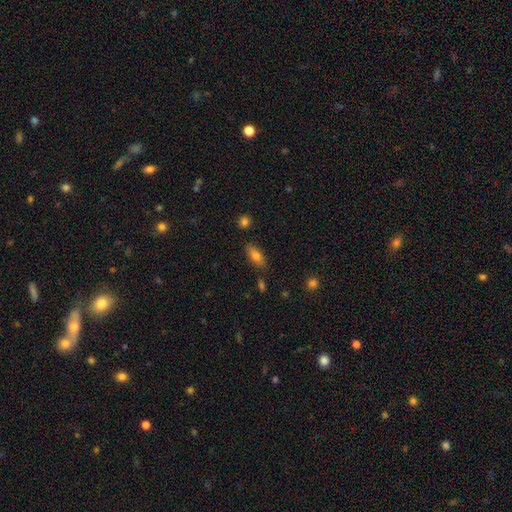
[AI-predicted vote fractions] Smooth or featured?
  - smooth: 78% *
  - featured or disk: 15%
  - star or artifact: 8%
How rounded?
  - in between: 80% *
  - cigar-shaped: 17%
  - round: 3%
Merging?
  - none: 83% *
  - minor disturbance: 12%
  - merger: 3%
  - major disturbance: 3%